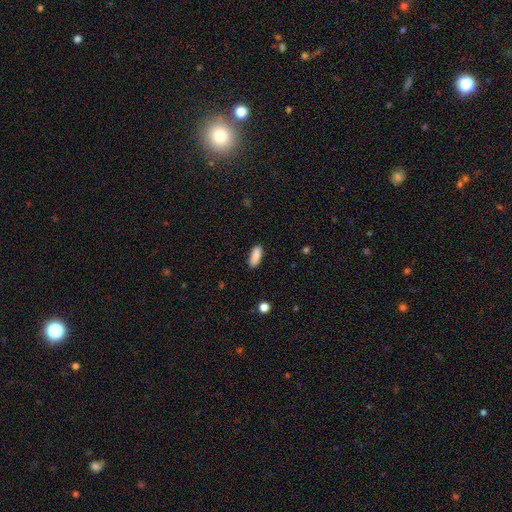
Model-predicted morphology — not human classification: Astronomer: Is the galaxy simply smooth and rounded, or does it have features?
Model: smooth — 90%.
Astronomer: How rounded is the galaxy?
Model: in between — 81%.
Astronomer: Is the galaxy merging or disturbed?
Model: none — 88%.